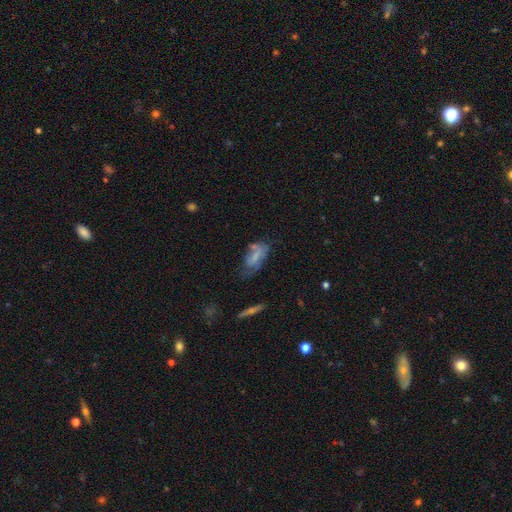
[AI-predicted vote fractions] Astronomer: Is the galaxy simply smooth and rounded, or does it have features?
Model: smooth — 53% (runner-up: featured or disk, 37%).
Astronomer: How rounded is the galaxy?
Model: in between — 84%.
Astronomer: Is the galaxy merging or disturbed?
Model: none — 36% (runner-up: minor disturbance, 30%).